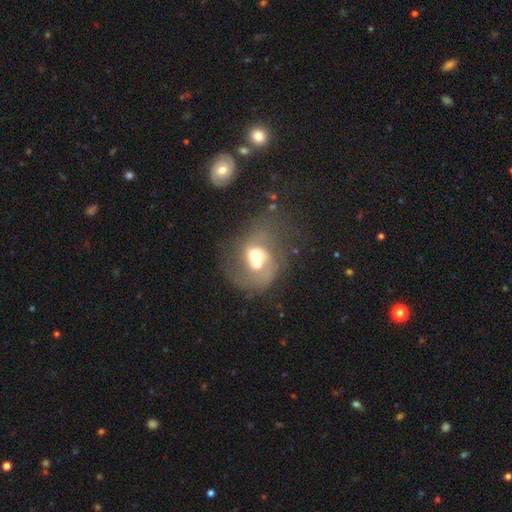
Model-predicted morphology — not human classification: smooth_or_featured: featured or disk (p=0.61) [alt: smooth p=0.29]
disk_edge_on: no (p=0.97) [alt: yes p=0.03]
bar: no (p=0.60) [alt: weak p=0.30]
has_spiral_arms: yes (p=0.61) [alt: no p=0.39]
bulge_size: moderate (p=0.54) [alt: large p=0.23]
merging: merger (p=0.48) [alt: none p=0.22]